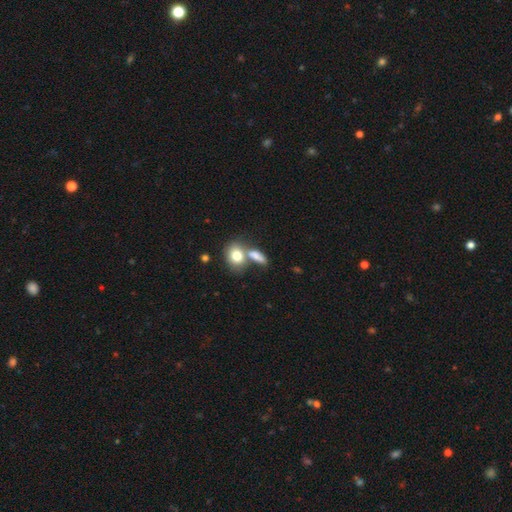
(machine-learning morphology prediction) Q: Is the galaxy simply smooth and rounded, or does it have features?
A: smooth — 79%.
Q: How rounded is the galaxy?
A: in between — 69%.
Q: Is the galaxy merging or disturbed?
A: merger — 46%.